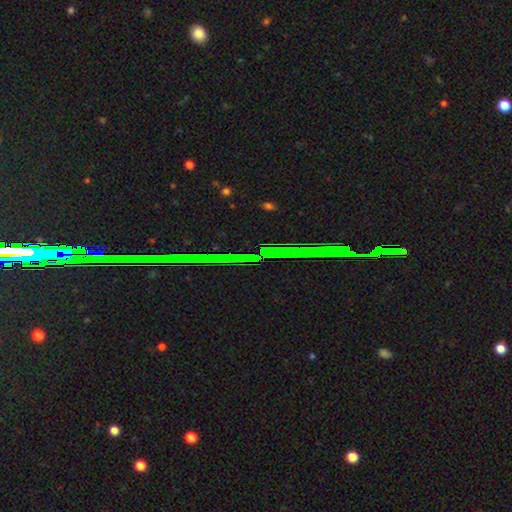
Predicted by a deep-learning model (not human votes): The model was most divided on "smooth or featured": star or artifact: 86%, featured or disk: 8%, smooth: 6%.